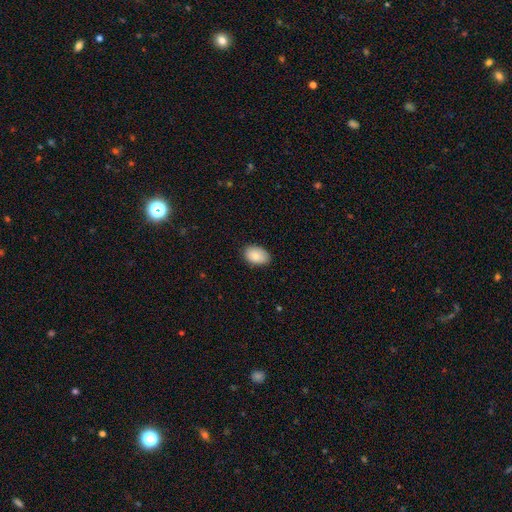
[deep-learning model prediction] Smooth or featured: smooth — 88% (star or artifact — 7%)
How rounded: in between — 90% (round — 9%)
Merging: none — 82% (minor disturbance — 14%)